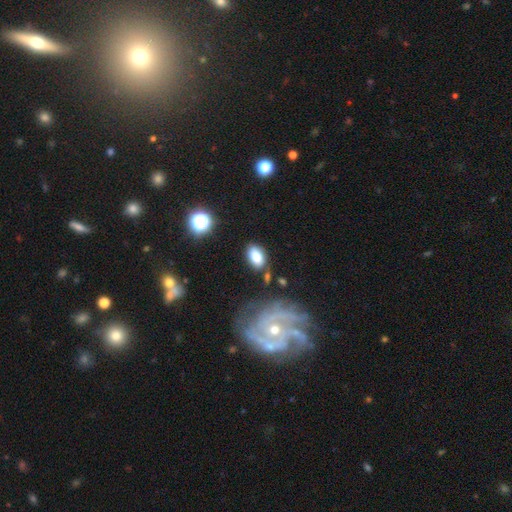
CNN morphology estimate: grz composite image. It shows a smooth galaxy with no disk features (81%) that is in between round and cigar-shaped (90%). Merging: none (75%).